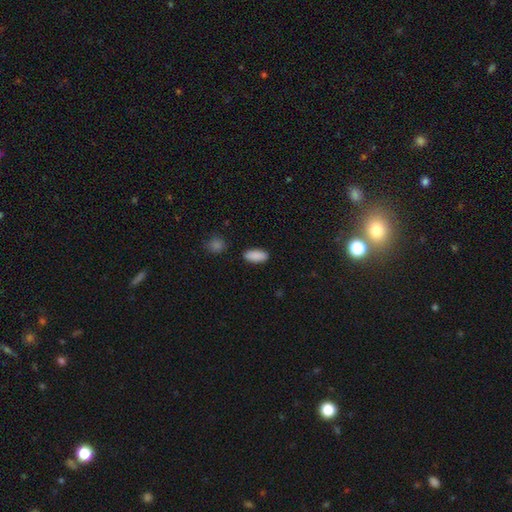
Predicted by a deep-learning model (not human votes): smooth-or-featured: smooth: 90% | star or artifact: 7% | featured or disk: 4%
  how-rounded: in between: 89% | cigar-shaped: 9% | round: 2%
  merging: none: 88% | minor disturbance: 8% | merger: 2% | major disturbance: 2%